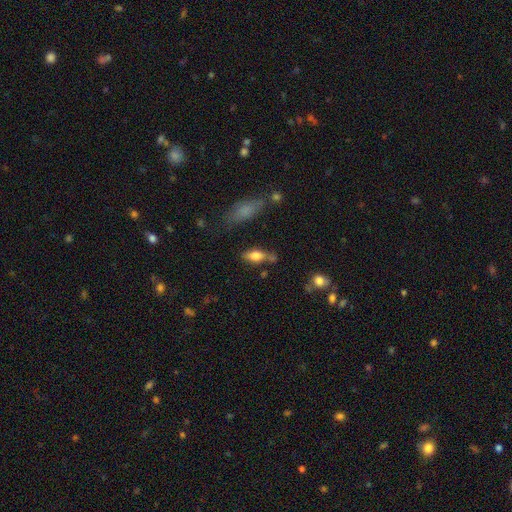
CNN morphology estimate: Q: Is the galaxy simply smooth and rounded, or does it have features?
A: smooth — 73%.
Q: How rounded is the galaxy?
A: in between — 80%.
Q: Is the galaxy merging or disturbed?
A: none — 60%.